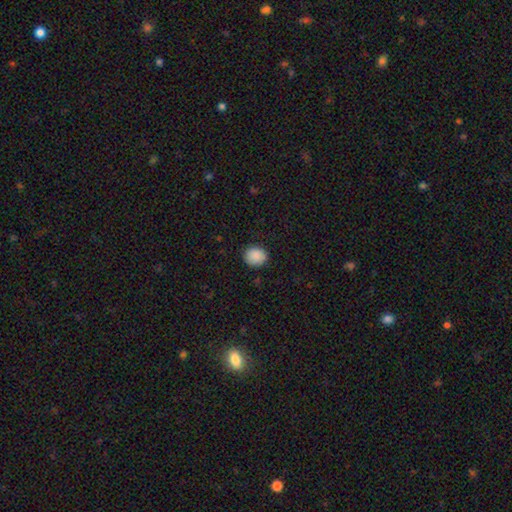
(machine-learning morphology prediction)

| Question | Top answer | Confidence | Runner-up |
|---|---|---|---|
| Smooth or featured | smooth | 88% | star or artifact (8%) |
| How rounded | round | 78% | in between (21%) |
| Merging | none | 86% | minor disturbance (10%) |